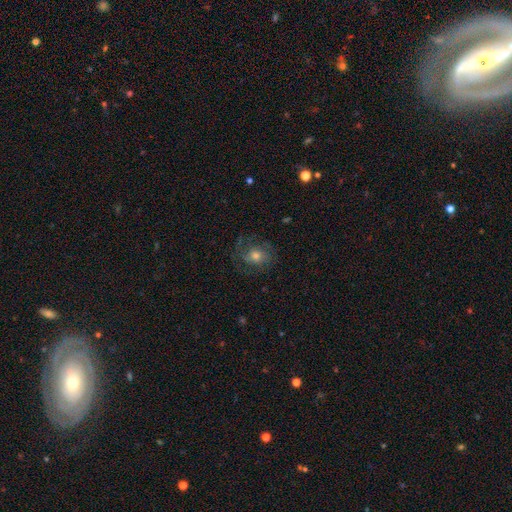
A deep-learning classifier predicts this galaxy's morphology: A featured or disk galaxy (55%) with no bar (76%), spiral arms (82%) and a moderate central bulge (61%). Merging: none (71%).